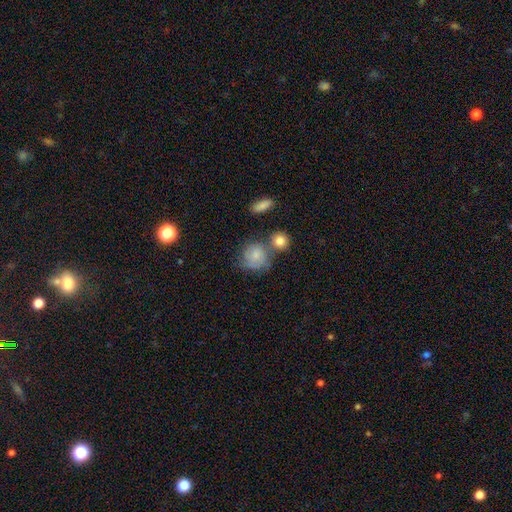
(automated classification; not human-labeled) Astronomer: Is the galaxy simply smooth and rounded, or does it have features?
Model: smooth — 69%.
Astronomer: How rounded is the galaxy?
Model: round — 75%.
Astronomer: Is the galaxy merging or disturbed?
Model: none — 43% (runner-up: merger, 23%).